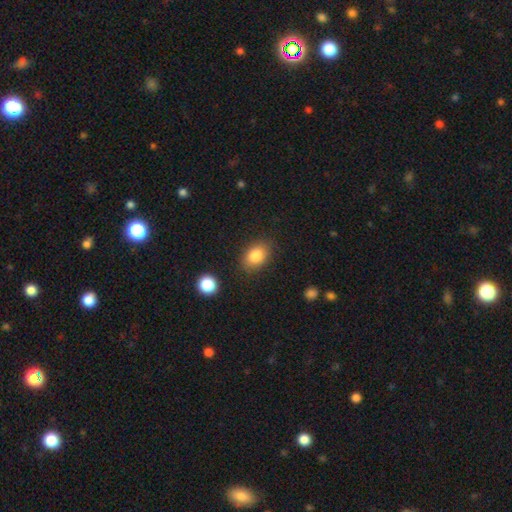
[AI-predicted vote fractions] smooth_or_featured: smooth (p=0.84) [alt: star or artifact p=0.08]
how_rounded: in between (p=0.78) [alt: round p=0.21]
merging: none (p=0.83) [alt: minor disturbance p=0.12]